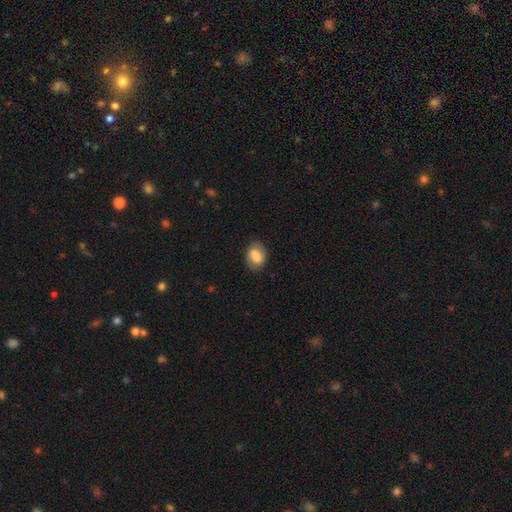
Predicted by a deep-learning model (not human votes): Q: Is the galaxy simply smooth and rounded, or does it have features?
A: smooth — 79%.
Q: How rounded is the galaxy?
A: in between — 72%.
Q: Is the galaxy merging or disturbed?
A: none — 83%.